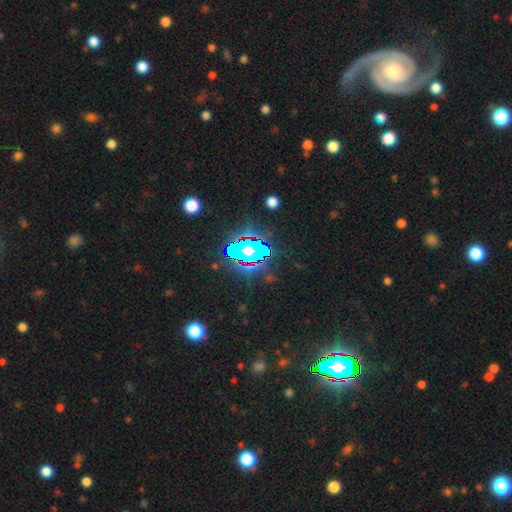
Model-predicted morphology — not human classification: type=star or artifact (77%).